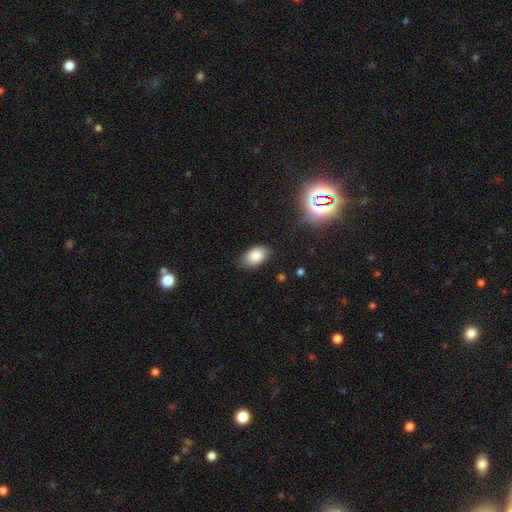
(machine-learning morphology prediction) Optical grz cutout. It shows a smooth galaxy with no disk features (83%) that is in between round and cigar-shaped (90%). Merging: none (79%).